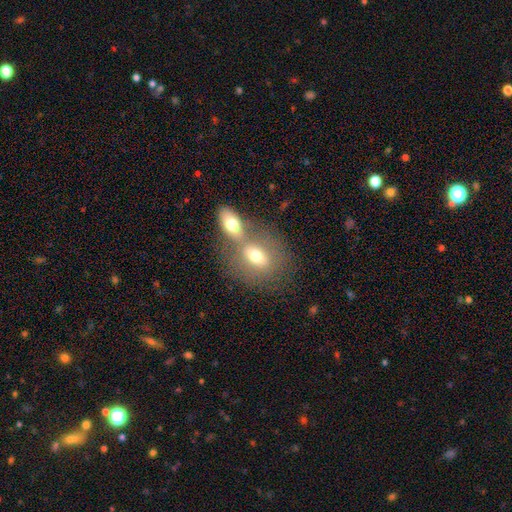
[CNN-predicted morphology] Q: Smooth or featured?
A: smooth (67%); runner-up: featured or disk (24%)
Q: How rounded?
A: in between (66%); runner-up: round (31%)
Q: Merging?
A: merger (53%); runner-up: none (33%)